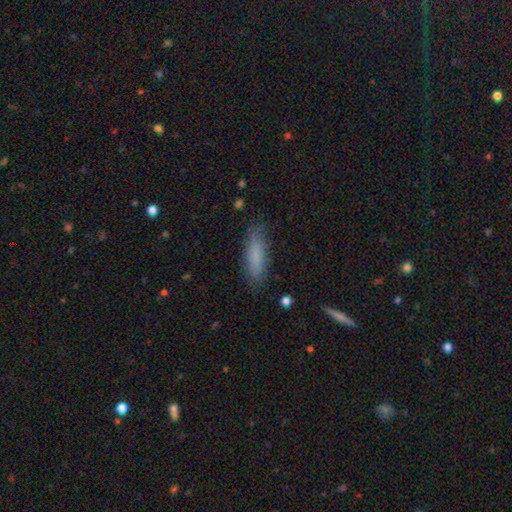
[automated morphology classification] The model was most divided on "how rounded": cigar-shaped: 59%, in between: 39%, round: 2%. More confident: merging — none (83%); smooth or featured — smooth (82%).